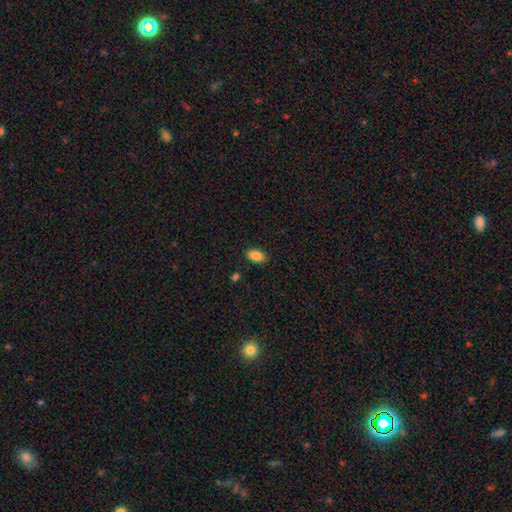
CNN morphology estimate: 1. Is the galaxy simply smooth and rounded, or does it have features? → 87% smooth, 8% star or artifact, 5% featured or disk.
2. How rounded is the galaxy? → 92% in between, 5% round, 3% cigar-shaped.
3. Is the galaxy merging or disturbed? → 87% none, 9% minor disturbance, 2% major disturbance, 1% merger.